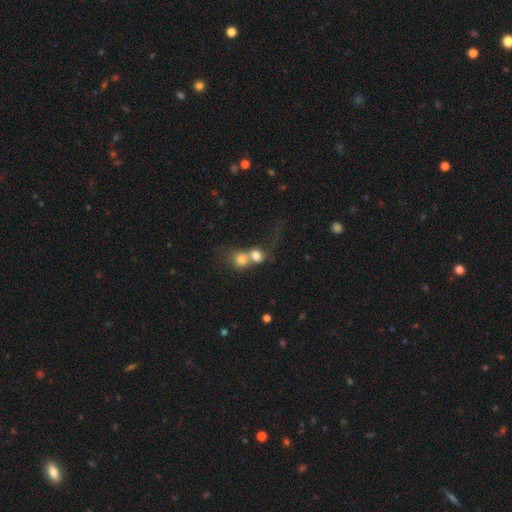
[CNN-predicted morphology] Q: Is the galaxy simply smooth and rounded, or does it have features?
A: smooth — 72%.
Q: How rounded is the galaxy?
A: round — 73%.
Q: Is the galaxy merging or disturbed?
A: merger — 72%.